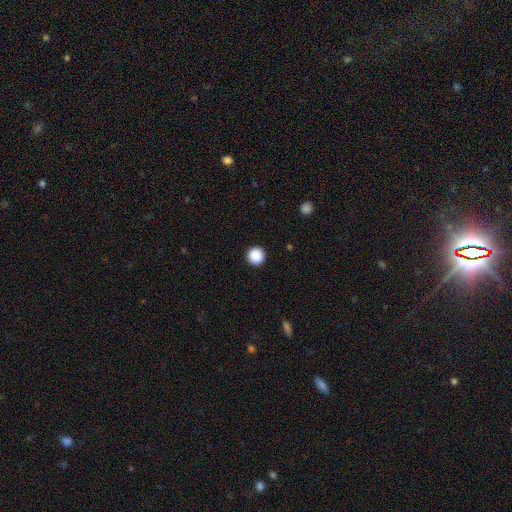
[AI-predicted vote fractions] A smooth galaxy with no disk features (89%) that is round (96%).

Vote fractions:
- Smooth or featured? smooth: 89% / star or artifact: 9% / featured or disk: 2%
- How rounded? round: 96% / in between: 3% / cigar-shaped: 1%
- Merging? none: 93% / minor disturbance: 4% / major disturbance: 2% / merger: 1%